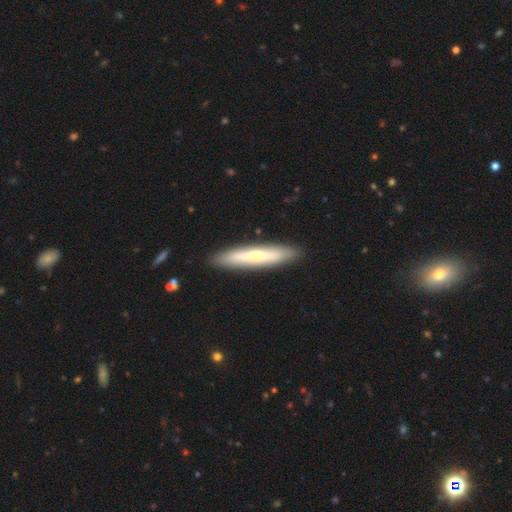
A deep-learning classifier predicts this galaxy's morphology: Smooth or featured? smooth (52%)
How rounded? cigar-shaped (90%)
Merging? none (90%)